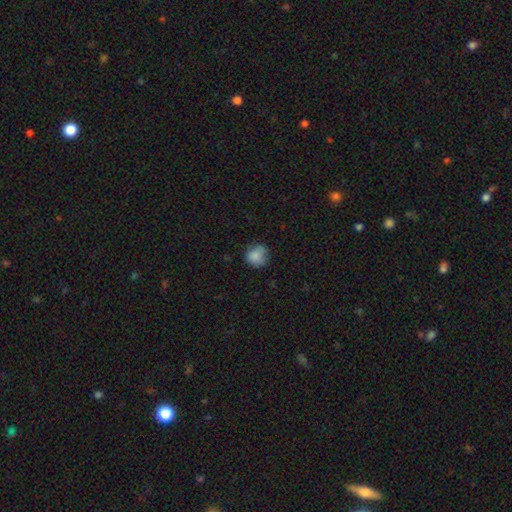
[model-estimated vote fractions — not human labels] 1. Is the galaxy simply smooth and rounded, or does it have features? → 83% smooth, 9% star or artifact, 8% featured or disk.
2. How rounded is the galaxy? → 81% round, 18% in between, 1% cigar-shaped.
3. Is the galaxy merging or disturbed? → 65% none, 26% minor disturbance, 7% major disturbance, 2% merger.